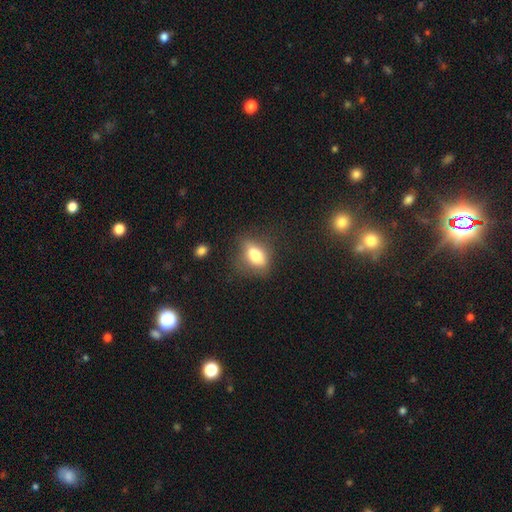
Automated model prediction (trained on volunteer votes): Smooth or featured: smooth — 73% (featured or disk — 17%)
How rounded: in between — 79% (round — 14%)
Merging: none — 57% (minor disturbance — 24%)